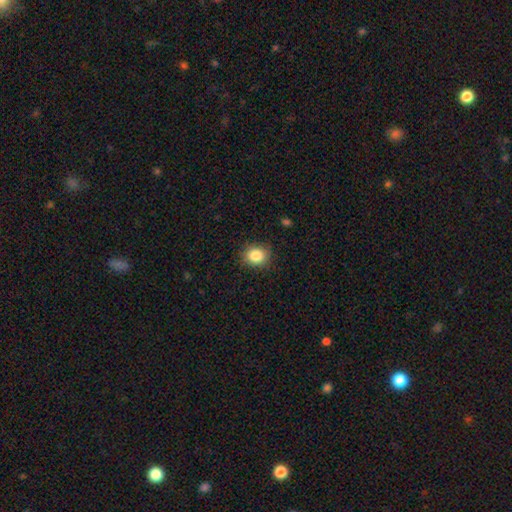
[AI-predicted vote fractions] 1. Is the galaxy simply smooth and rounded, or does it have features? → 85% smooth, 10% star or artifact, 5% featured or disk.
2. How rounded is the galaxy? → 67% round, 32% in between, 1% cigar-shaped.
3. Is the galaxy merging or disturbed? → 87% none, 10% minor disturbance, 2% major disturbance, 1% merger.